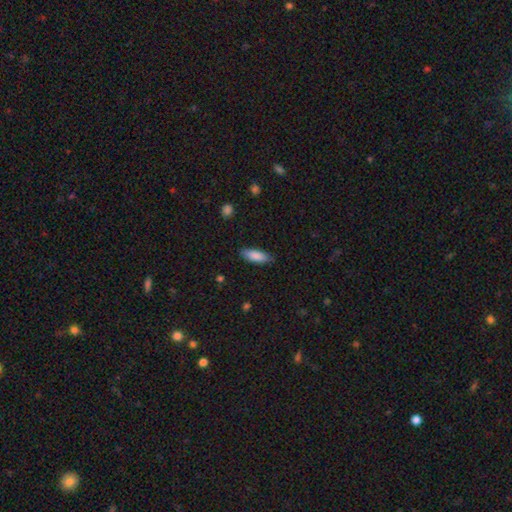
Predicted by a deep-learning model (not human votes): Morphology: type=smooth (87%); roundness=in between (63%); merging=none (85%).